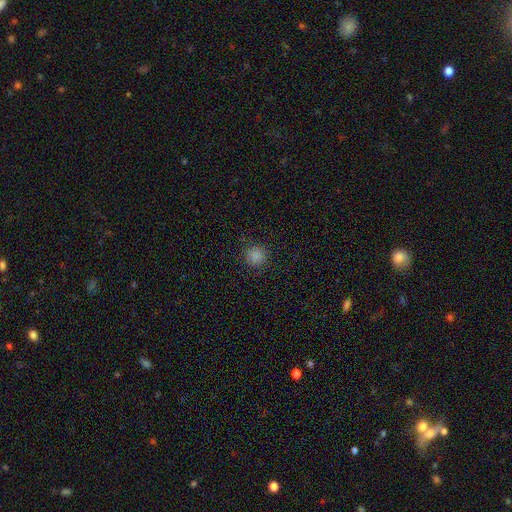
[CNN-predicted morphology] smooth 83%, star or artifact 13%, featured or disk 4%. Down the decision tree: how rounded — round (93%); merging — none (88%).